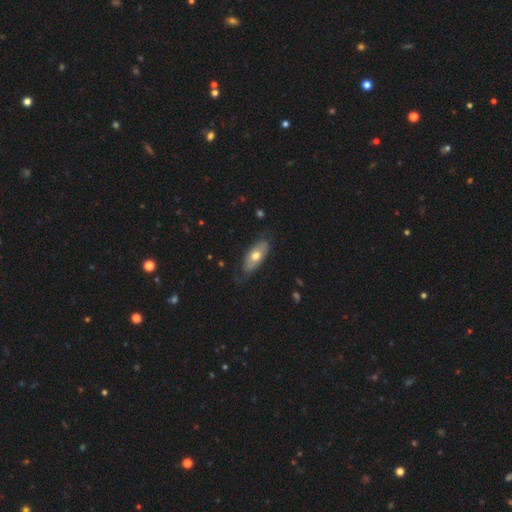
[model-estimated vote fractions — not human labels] A smooth galaxy with no disk features (58%) that is in between round and cigar-shaped (84%).

Vote fractions:
- Smooth or featured? smooth: 58% / featured or disk: 36% / star or artifact: 6%
- How rounded? in between: 84% / cigar-shaped: 13% / round: 3%
- Merging? none: 69% / minor disturbance: 23% / major disturbance: 7% / merger: 1%